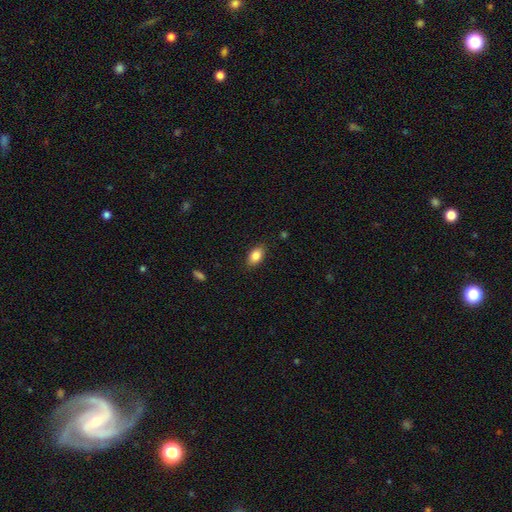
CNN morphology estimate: A smooth galaxy with no disk features (85%) that is in between round and cigar-shaped (90%).

Vote fractions:
- Smooth or featured? smooth: 85% / featured or disk: 8% / star or artifact: 7%
- How rounded? in between: 90% / round: 7% / cigar-shaped: 3%
- Merging? none: 86% / minor disturbance: 10% / major disturbance: 2% / merger: 1%